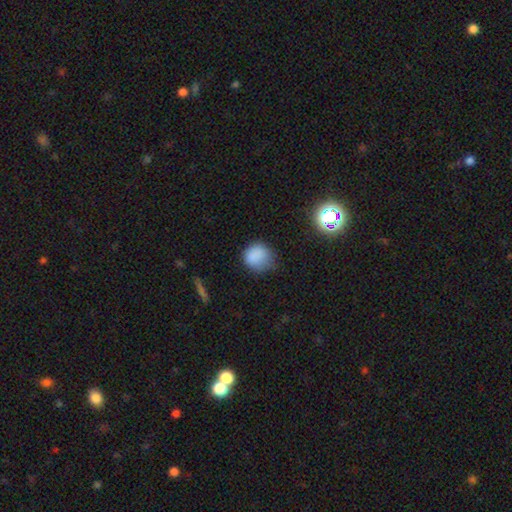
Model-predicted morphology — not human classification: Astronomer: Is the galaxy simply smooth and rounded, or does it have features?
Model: smooth — 84%.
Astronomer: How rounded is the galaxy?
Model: round — 80%.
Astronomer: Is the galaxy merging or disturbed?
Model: none — 62%.